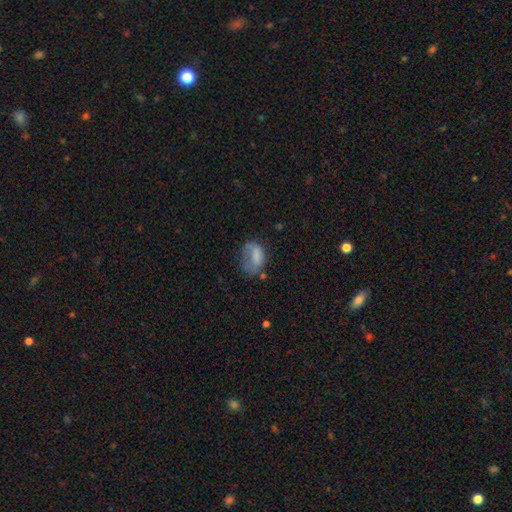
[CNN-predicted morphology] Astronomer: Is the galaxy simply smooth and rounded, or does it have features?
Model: smooth — 65%.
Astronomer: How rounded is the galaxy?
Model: in between — 80%.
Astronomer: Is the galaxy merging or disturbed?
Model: major disturbance — 37% (runner-up: none, 30%).